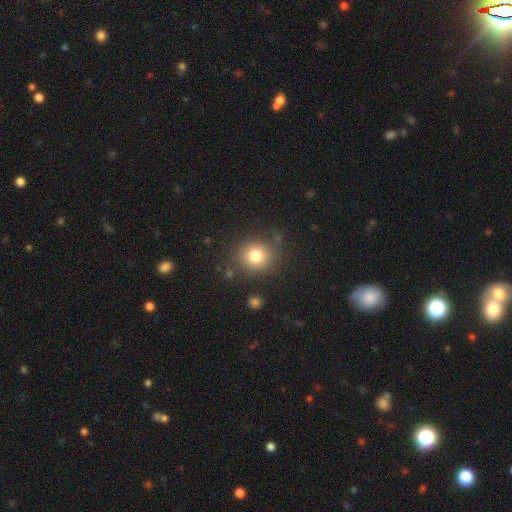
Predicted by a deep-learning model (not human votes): This appears to be a smooth galaxy with no disk features (78%) that is round (86%). Merging: none (81%).